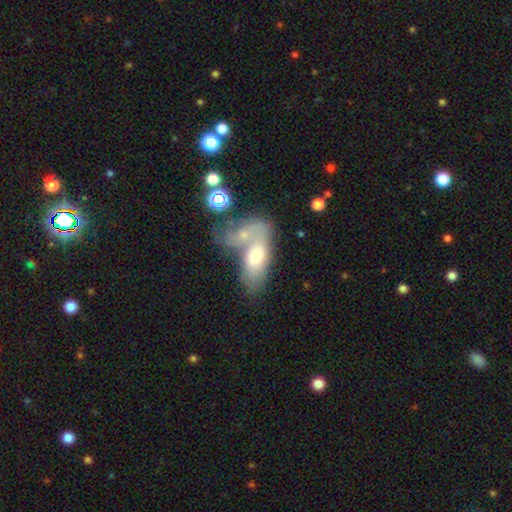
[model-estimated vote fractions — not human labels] A smooth galaxy with no disk features (61%) that is in between round and cigar-shaped (82%). Merging: merger (58%).